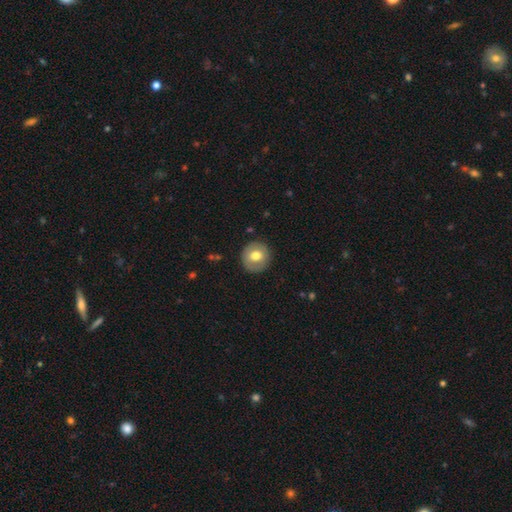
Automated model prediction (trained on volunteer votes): Morphology: type=smooth (66%); roundness=round (90%); merging=none (88%).